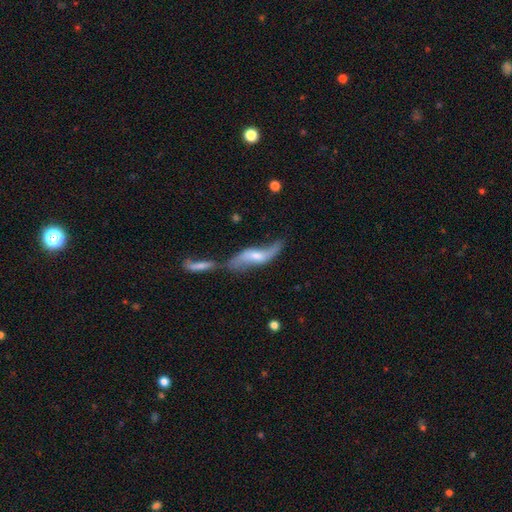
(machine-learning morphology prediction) The model was most divided on "bar": no: 45%, weak: 40%, strong: 15%. Remaining: spiral arms — yes (86%); edge-on disk — no (78%); smooth or featured — featured or disk (74%); merging — merger (48%); bulge size — moderate (47%).